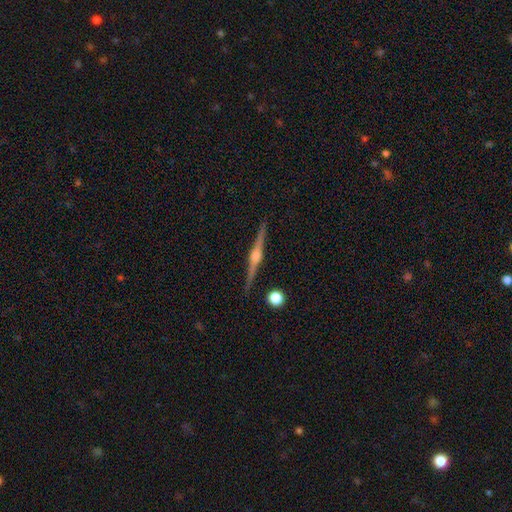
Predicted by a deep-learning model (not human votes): This is clearly a featured or disk galaxy (88%). It is clearly viewed edge-on (99%). Edge-on bulge: clearly rounded (92%). Merging: clearly none (92%).